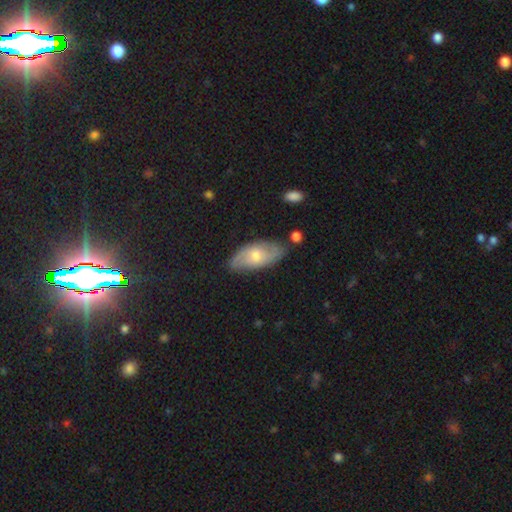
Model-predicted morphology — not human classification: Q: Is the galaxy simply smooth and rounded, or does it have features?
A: smooth — 50%.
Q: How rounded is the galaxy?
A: in between — 89%.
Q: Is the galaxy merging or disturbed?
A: none — 74%.